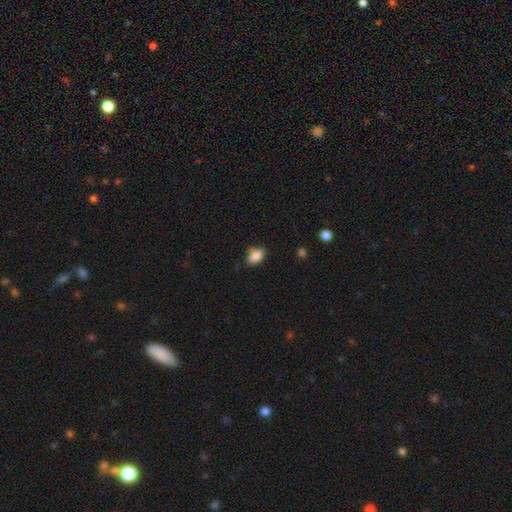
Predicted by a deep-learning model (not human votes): Q: Smooth or featured?
A: smooth (85%); runner-up: star or artifact (9%)
Q: How rounded?
A: in between (84%); runner-up: round (13%)
Q: Merging?
A: none (69%); runner-up: minor disturbance (24%)